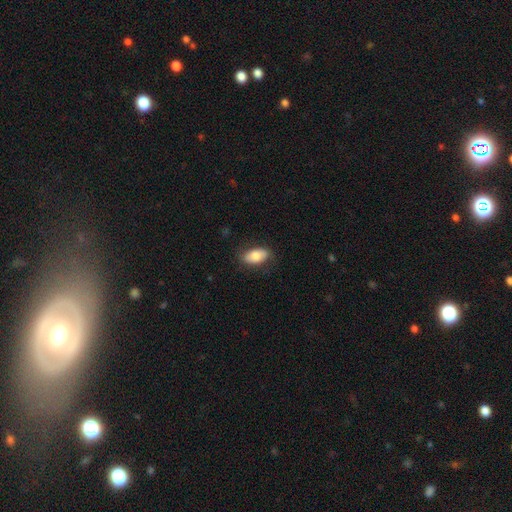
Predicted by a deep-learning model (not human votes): Smooth or featured? Predicted: smooth (p=0.78). How rounded? Predicted: in between (p=0.92). Merging? Predicted: none (p=0.79).